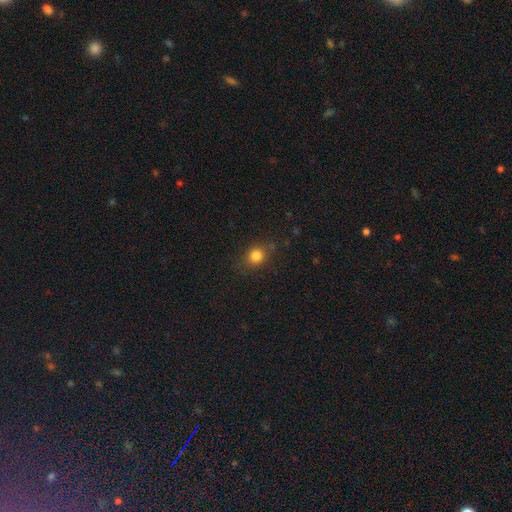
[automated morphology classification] Overall: smooth (81%). How rounded: round (71%). Merging: none (80%).